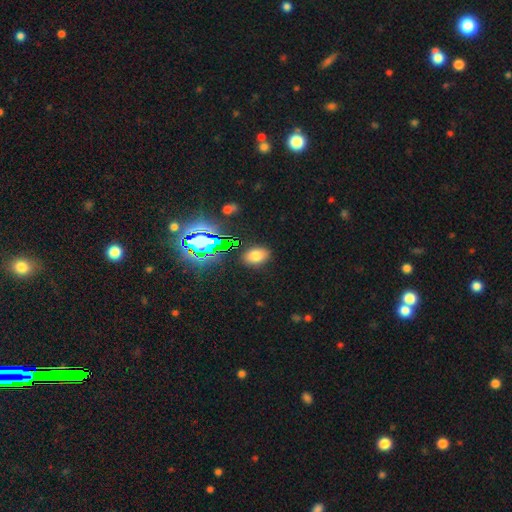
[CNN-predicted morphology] smooth_or_featured: smooth (p=0.72) [alt: star or artifact p=0.19]
how_rounded: in between (p=0.84) [alt: round p=0.15]
merging: none (p=0.86) [alt: minor disturbance p=0.09]